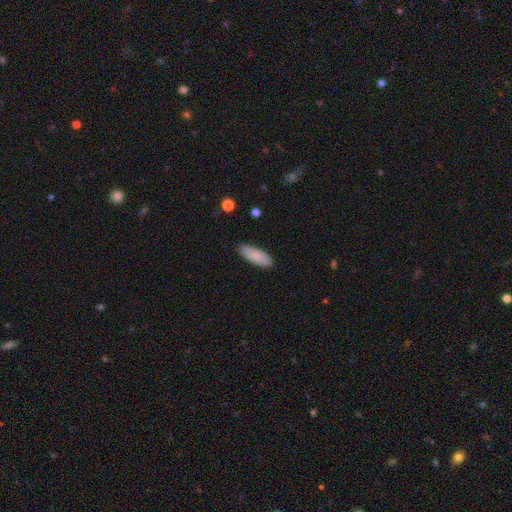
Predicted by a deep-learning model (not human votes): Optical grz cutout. It shows a smooth galaxy with no disk features (86%) that is in between round and cigar-shaped (67%). Merging: none (88%).